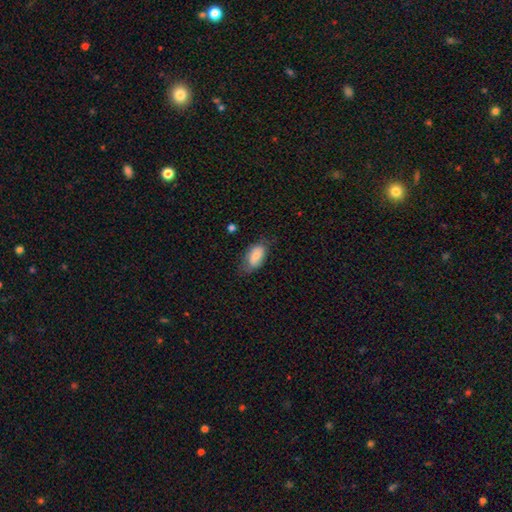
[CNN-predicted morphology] smooth-or-featured: smooth: 81% | featured or disk: 12% | star or artifact: 7%
  how-rounded: in between: 92% | round: 5% | cigar-shaped: 3%
  merging: none: 58% | minor disturbance: 30% | major disturbance: 10% | merger: 2%